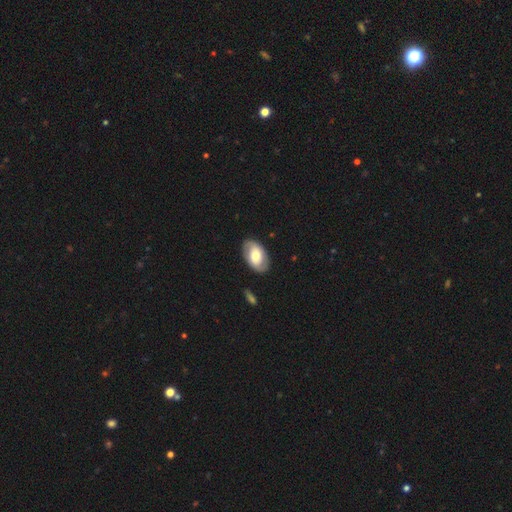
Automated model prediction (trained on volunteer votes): A featured or disk galaxy (48%). Merging: none (84%).